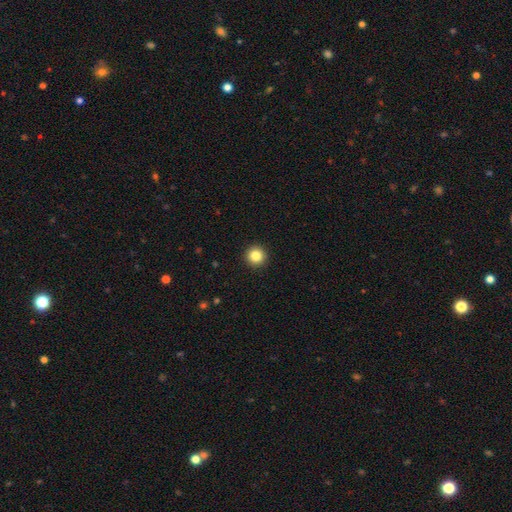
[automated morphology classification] A smooth galaxy with no disk features (85%) that is round (96%).

Vote fractions:
- Smooth or featured? smooth: 85% / star or artifact: 10% / featured or disk: 5%
- How rounded? round: 96% / in between: 3% / cigar-shaped: 1%
- Merging? none: 93% / minor disturbance: 4% / major disturbance: 1% / merger: 1%